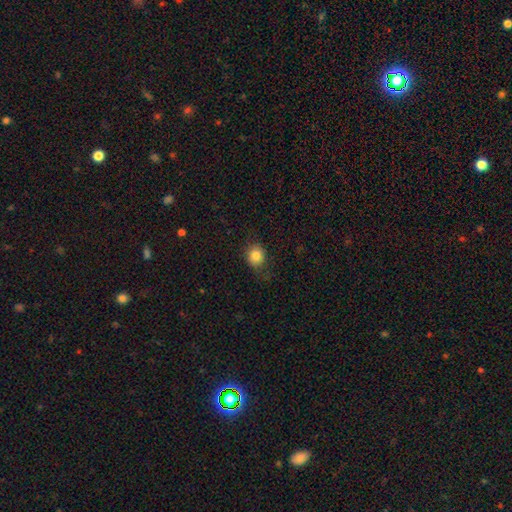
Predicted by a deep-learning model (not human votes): Smooth or featured? smooth (82%)
How rounded? round (71%)
Merging? none (77%)